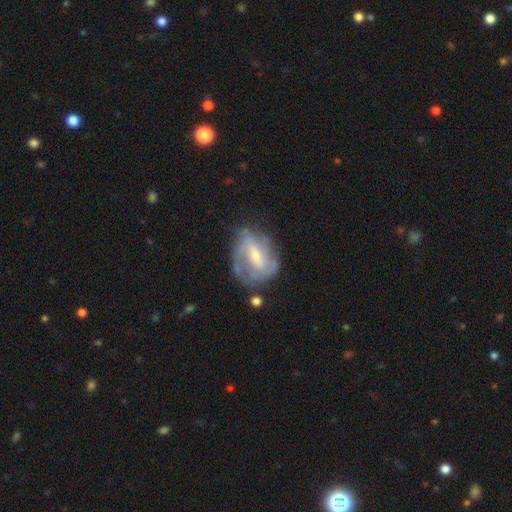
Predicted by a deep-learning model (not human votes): Morphology: type=featured or disk (66%); edge-on=no (96%); bar=weak (48%); spiral arms=yes (70%); bulge=small (50%); merging=none (57%).